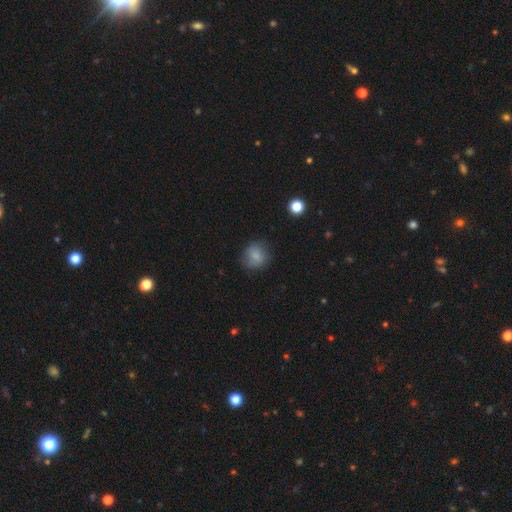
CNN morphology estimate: type=smooth (79%); roundness=round (81%); merging=none (76%).